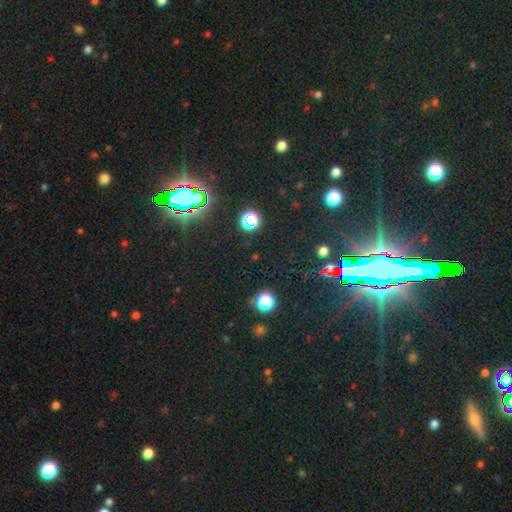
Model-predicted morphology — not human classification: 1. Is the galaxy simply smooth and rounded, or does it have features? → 82% star or artifact, 11% smooth, 8% featured or disk.